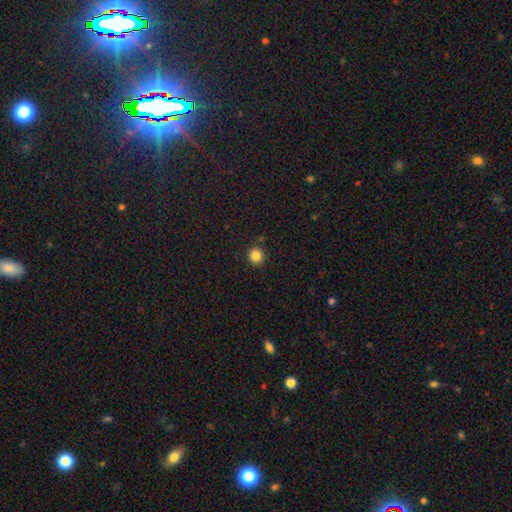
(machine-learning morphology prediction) Q: Smooth or featured?
A: smooth (84%); runner-up: star or artifact (12%)
Q: How rounded?
A: round (90%); runner-up: in between (9%)
Q: Merging?
A: none (89%); runner-up: minor disturbance (7%)